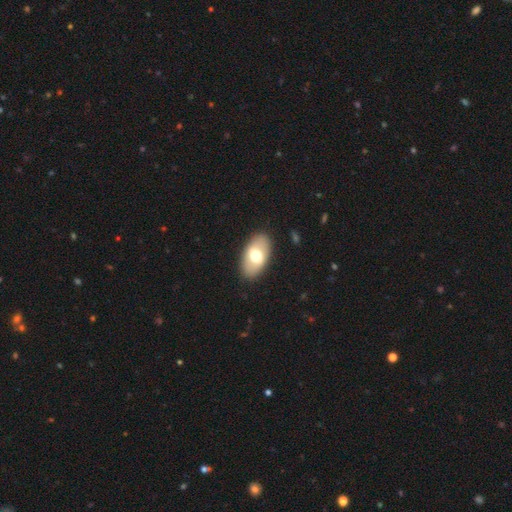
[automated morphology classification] This appears to be a smooth galaxy with no disk features (63%) that is in between round and cigar-shaped (93%). Merging: none (87%).